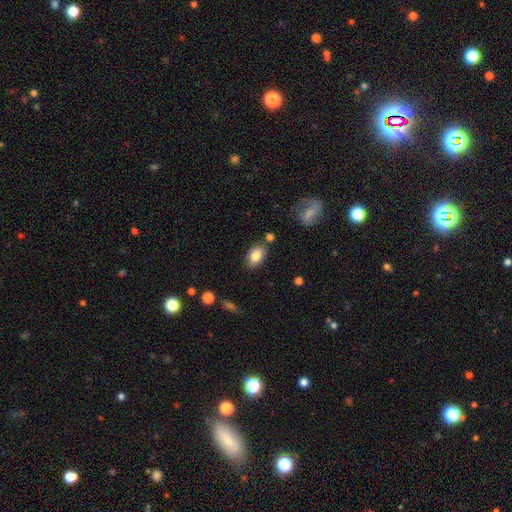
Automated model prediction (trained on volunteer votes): Smooth or featured? smooth (83%)
How rounded? in between (88%)
Merging? none (81%)